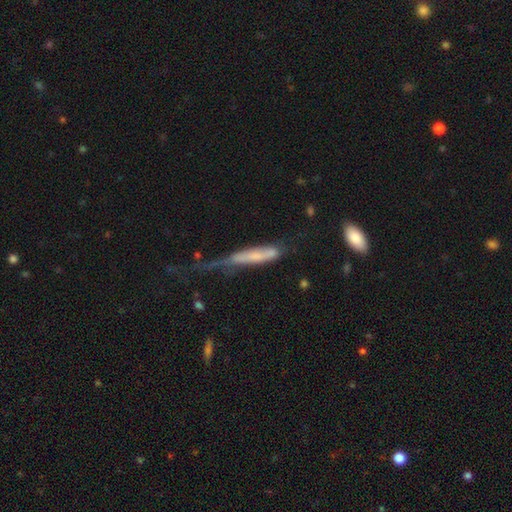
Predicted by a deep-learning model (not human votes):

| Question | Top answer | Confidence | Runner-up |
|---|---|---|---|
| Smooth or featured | smooth | 53% | featured or disk (39%) |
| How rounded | cigar-shaped | 87% | in between (11%) |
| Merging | major disturbance | 39% | none (26%) |